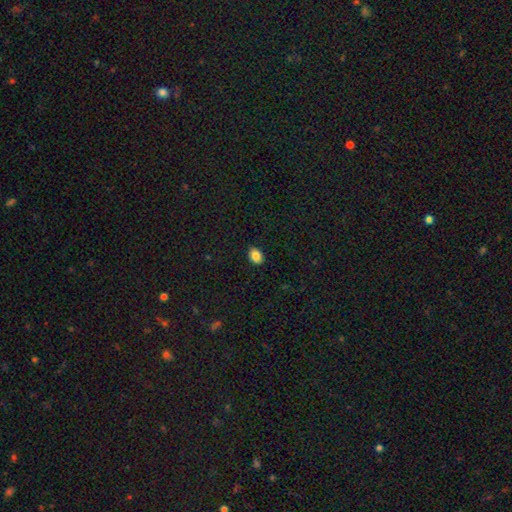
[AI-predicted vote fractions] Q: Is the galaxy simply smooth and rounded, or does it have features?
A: smooth — 86%.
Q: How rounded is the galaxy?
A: in between — 74%.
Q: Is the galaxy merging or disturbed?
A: none — 89%.